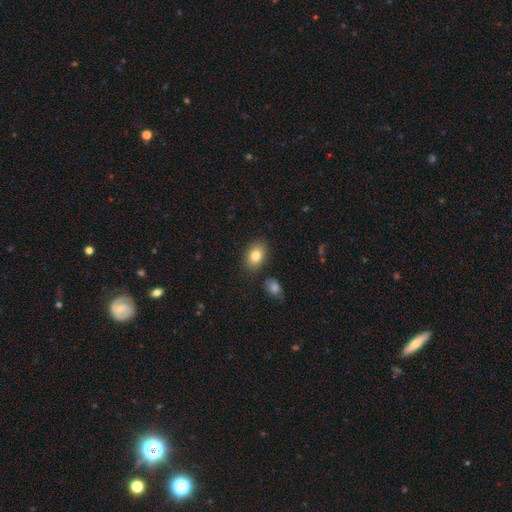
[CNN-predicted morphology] smooth_or_featured: smooth (p=0.82) [alt: featured or disk p=0.10]
how_rounded: in between (p=0.82) [alt: round p=0.17]
merging: none (p=0.84) [alt: minor disturbance p=0.10]